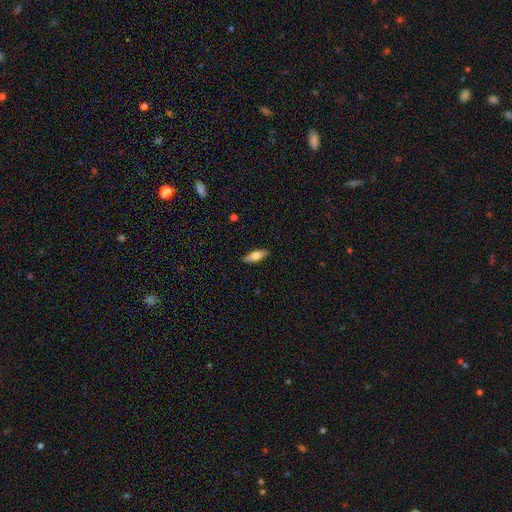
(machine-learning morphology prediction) A smooth galaxy with no disk features (55%) that is in between round and cigar-shaped (54%). Merging: none (89%).